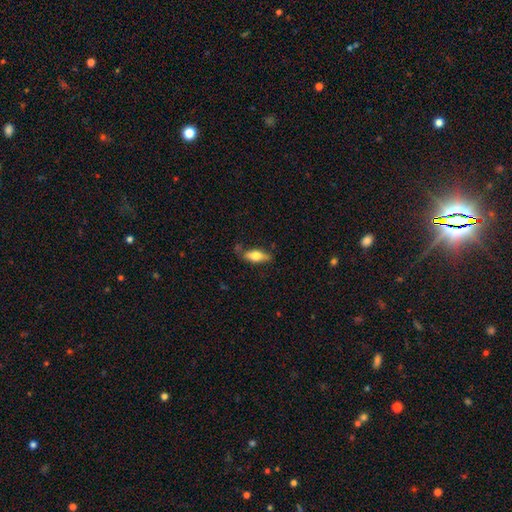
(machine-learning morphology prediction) Smooth or featured?
  - smooth: 67% *
  - featured or disk: 27%
  - star or artifact: 6%
How rounded?
  - in between: 71% *
  - cigar-shaped: 26%
  - round: 3%
Merging?
  - none: 70% *
  - minor disturbance: 21%
  - major disturbance: 6%
  - merger: 3%